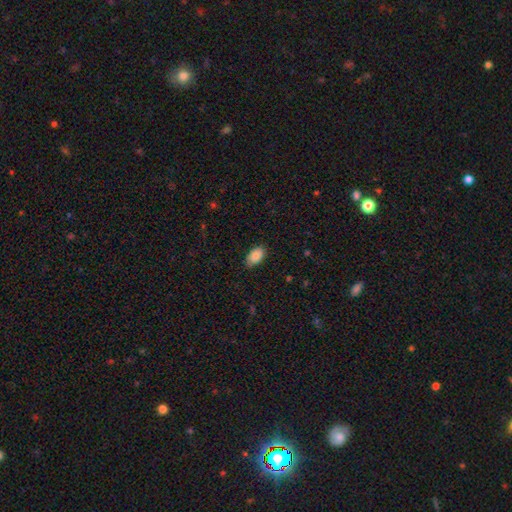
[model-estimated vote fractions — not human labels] This is clearly a smooth galaxy (85%). How rounded: clearly in between (92%). Merging: clearly none (82%).